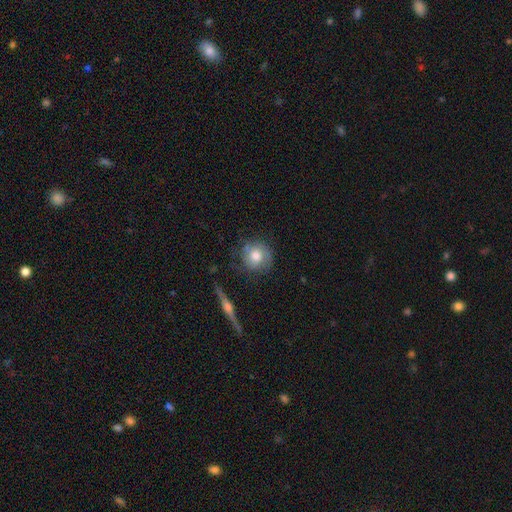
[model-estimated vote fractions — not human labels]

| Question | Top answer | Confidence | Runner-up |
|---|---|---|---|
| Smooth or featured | smooth | 58% | featured or disk (34%) |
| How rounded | round | 86% | in between (12%) |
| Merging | none | 65% | minor disturbance (22%) |